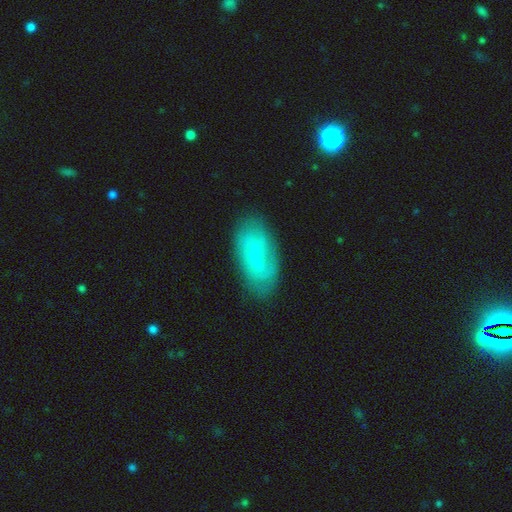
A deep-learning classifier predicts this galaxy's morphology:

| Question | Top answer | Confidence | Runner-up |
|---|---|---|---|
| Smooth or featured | featured or disk | 58% | smooth (34%) |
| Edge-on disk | no | 92% | yes (8%) |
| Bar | weak | 50% | no (36%) |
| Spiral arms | yes | 71% | no (29%) |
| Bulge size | small | 79% | moderate (15%) |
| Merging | none | 78% | minor disturbance (16%) |